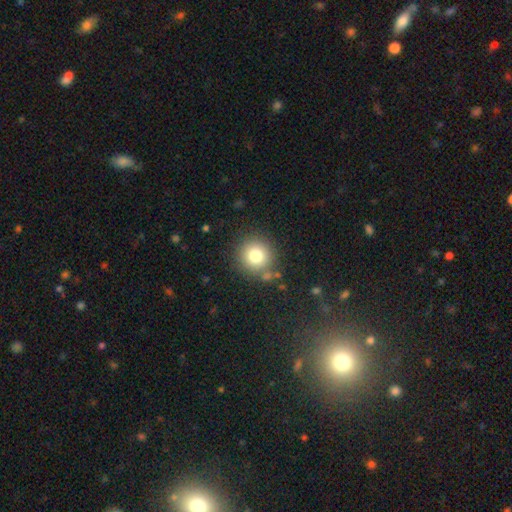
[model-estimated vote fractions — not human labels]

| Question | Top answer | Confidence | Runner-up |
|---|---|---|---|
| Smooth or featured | smooth | 79% | star or artifact (12%) |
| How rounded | round | 94% | in between (6%) |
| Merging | none | 83% | minor disturbance (9%) |